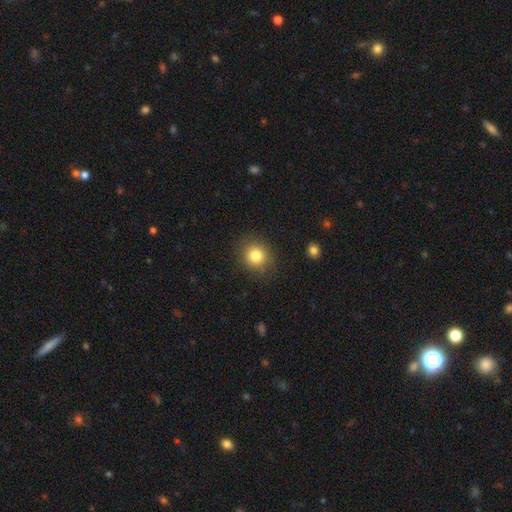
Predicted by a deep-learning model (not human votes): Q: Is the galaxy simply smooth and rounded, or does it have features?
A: smooth — 82%.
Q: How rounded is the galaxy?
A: round — 82%.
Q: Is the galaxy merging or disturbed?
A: none — 86%.